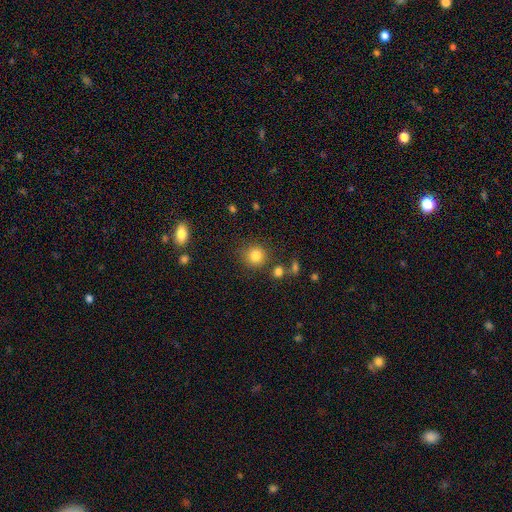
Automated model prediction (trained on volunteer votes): smooth 84%, star or artifact 11%, featured or disk 6%. Down the decision tree: how rounded — round (91%); merging — none (81%).